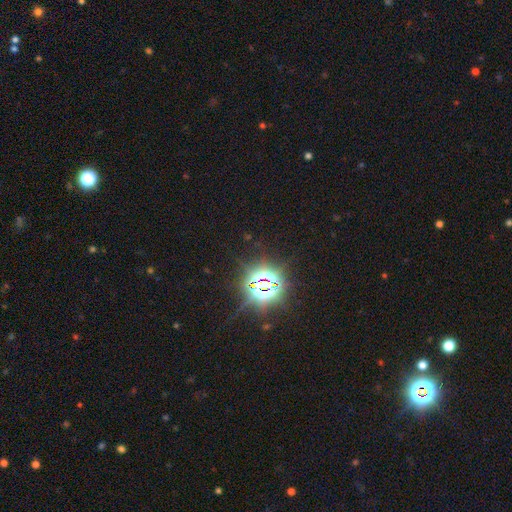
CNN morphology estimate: Smooth or featured? Predicted: star or artifact (p=0.86).